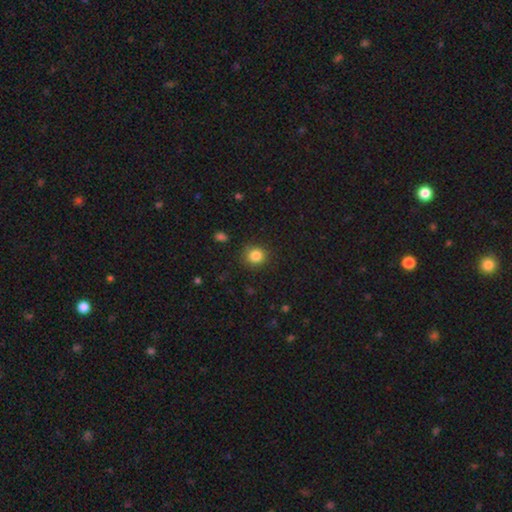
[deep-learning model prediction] Smooth or featured? Predicted: smooth (p=0.85). How rounded? Predicted: round (p=0.86). Merging? Predicted: none (p=0.85).